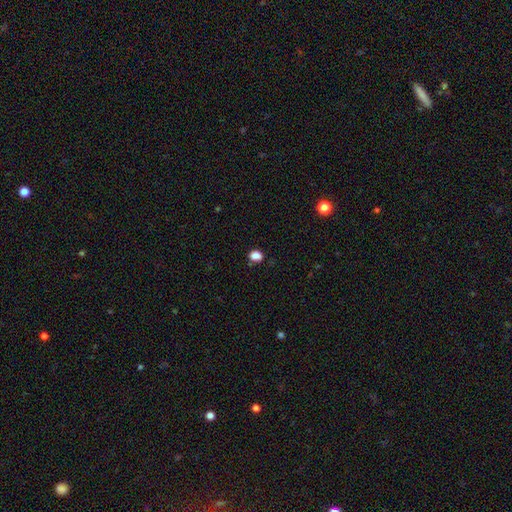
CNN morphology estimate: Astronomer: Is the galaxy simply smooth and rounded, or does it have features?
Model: smooth — 83%.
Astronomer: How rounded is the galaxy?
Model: in between — 60% (runner-up: round, 39%).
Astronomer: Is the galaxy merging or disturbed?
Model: none — 78%.